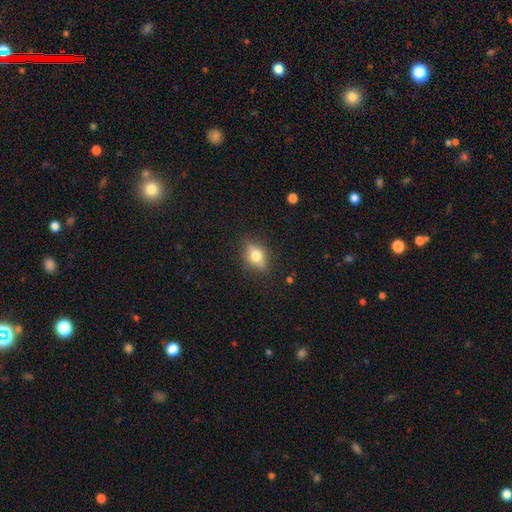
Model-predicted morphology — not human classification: Smooth or featured: smooth — 53% (featured or disk — 37%)
How rounded: in between — 63% (round — 29%)
Merging: none — 84% (minor disturbance — 12%)